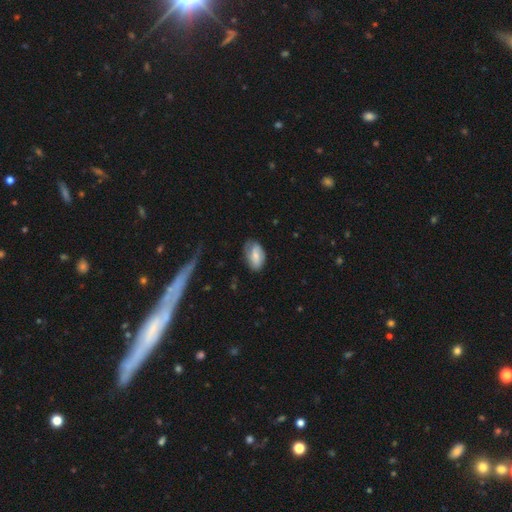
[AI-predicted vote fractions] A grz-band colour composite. It shows a smooth galaxy with no disk features (59%) that is in between round and cigar-shaped (91%). Merging: none (63%).